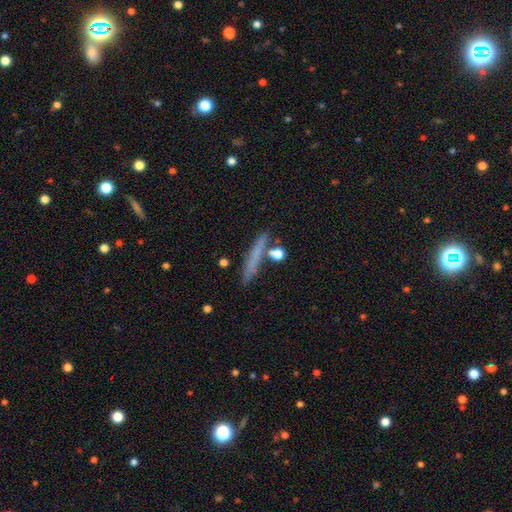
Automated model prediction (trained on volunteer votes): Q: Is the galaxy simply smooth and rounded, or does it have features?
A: smooth — 59%.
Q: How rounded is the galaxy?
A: cigar-shaped — 91%.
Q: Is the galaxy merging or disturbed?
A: none — 79%.